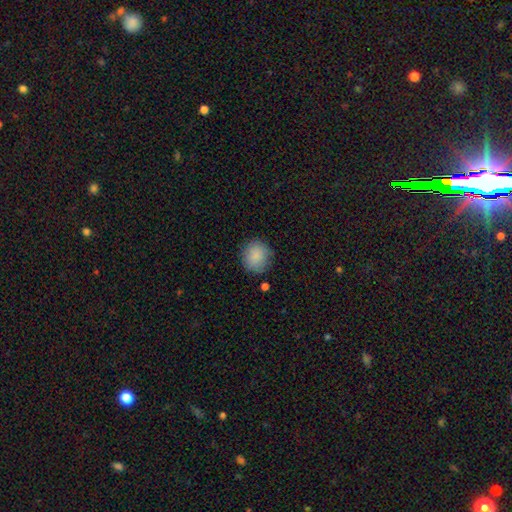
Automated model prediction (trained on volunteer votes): This is clearly a smooth galaxy (87%). How rounded: clearly round (84%). Merging: clearly none (81%).